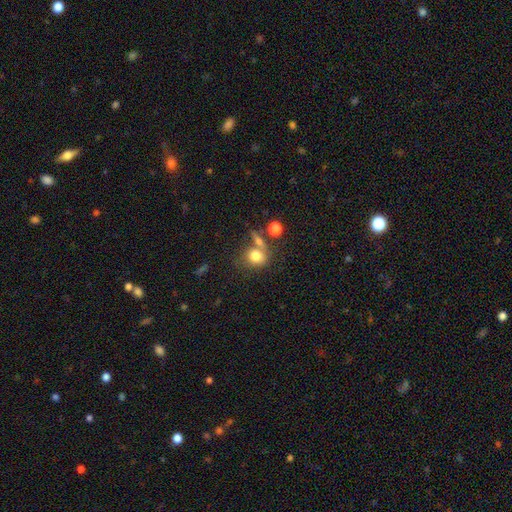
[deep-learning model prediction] Smooth or featured: smooth — 77% (featured or disk — 12%)
How rounded: round — 67% (in between — 32%)
Merging: none — 45% (merger — 31%)